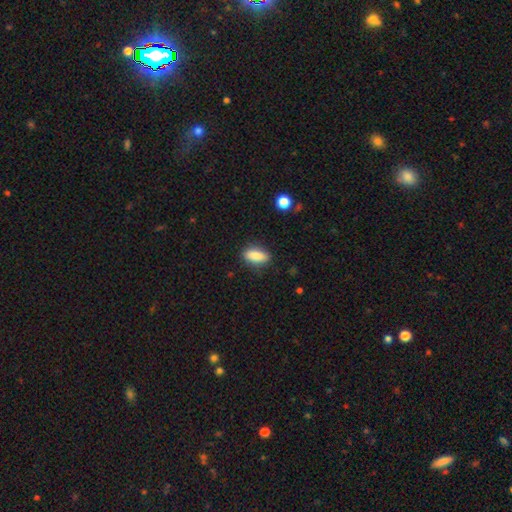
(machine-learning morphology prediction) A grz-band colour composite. It shows a smooth galaxy with no disk features (85%) that is in between round and cigar-shaped (79%). Merging: none (85%).